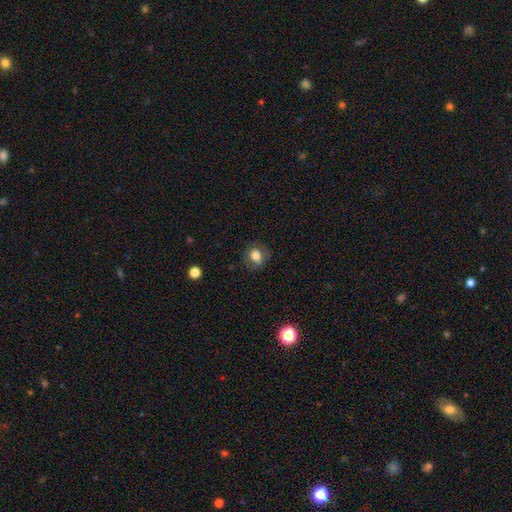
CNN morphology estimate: smooth_or_featured: smooth (p=0.75) [alt: featured or disk p=0.16]
how_rounded: round (p=0.55) [alt: in between p=0.44]
merging: none (p=0.78) [alt: minor disturbance p=0.15]